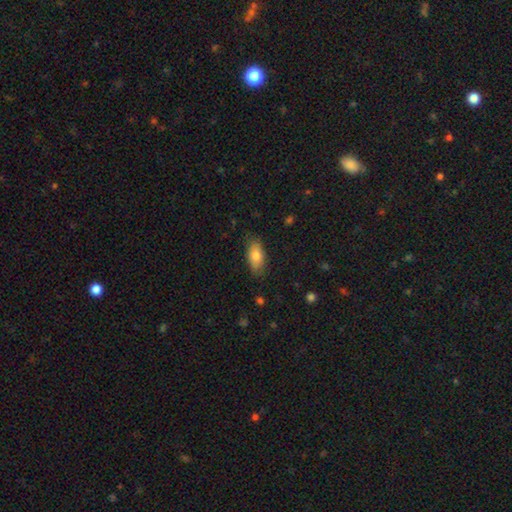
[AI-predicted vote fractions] A smooth galaxy with no disk features (79%) that is in between round and cigar-shaped (89%).

Vote fractions:
- Smooth or featured? smooth: 79% / featured or disk: 14% / star or artifact: 7%
- How rounded? in between: 89% / cigar-shaped: 7% / round: 4%
- Merging? none: 81% / minor disturbance: 15% / major disturbance: 3% / merger: 1%